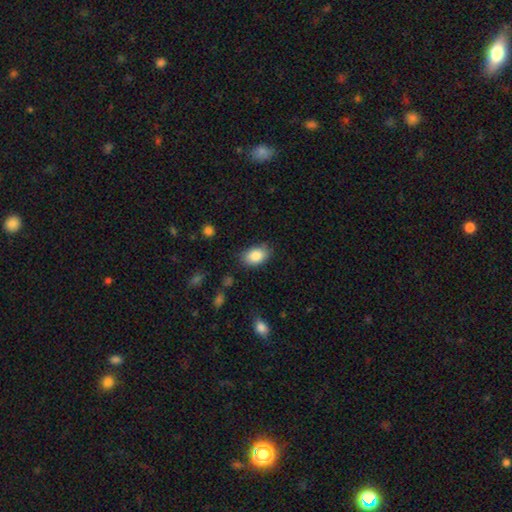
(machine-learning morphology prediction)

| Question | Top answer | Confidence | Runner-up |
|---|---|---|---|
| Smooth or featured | smooth | 86% | star or artifact (7%) |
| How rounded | in between | 86% | round (12%) |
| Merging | none | 80% | minor disturbance (15%) |